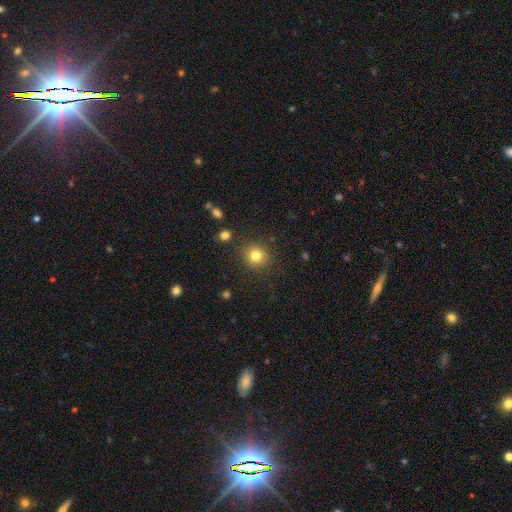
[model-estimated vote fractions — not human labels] smooth 80%, star or artifact 12%, featured or disk 7%. Down the decision tree: how rounded — round (88%); merging — none (87%).